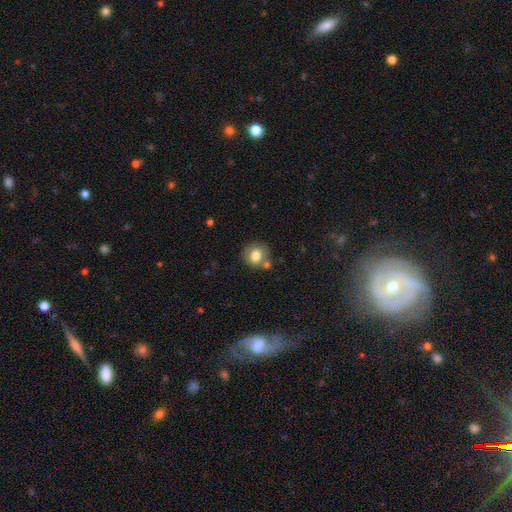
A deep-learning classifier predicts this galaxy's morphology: Smooth or featured?
  - smooth: 77% *
  - featured or disk: 14%
  - star or artifact: 10%
How rounded?
  - round: 83% *
  - in between: 16%
  - cigar-shaped: 1%
Merging?
  - none: 66% *
  - merger: 15%
  - minor disturbance: 15%
  - major disturbance: 4%